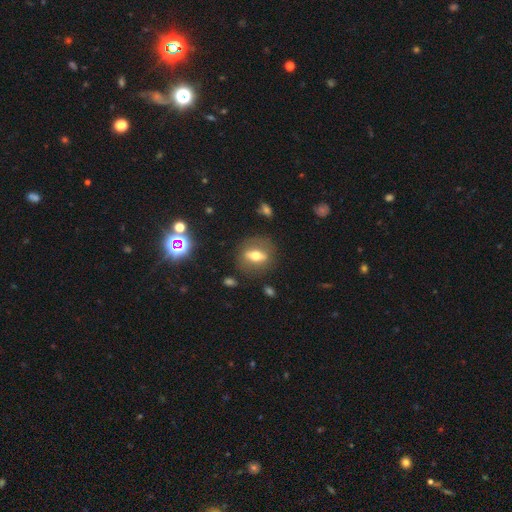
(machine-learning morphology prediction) Smooth or featured?
  - featured or disk: 49% *
  - smooth: 40%
  - star or artifact: 11%
Merging?
  - none: 79% *
  - minor disturbance: 12%
  - major disturbance: 7%
  - merger: 2%